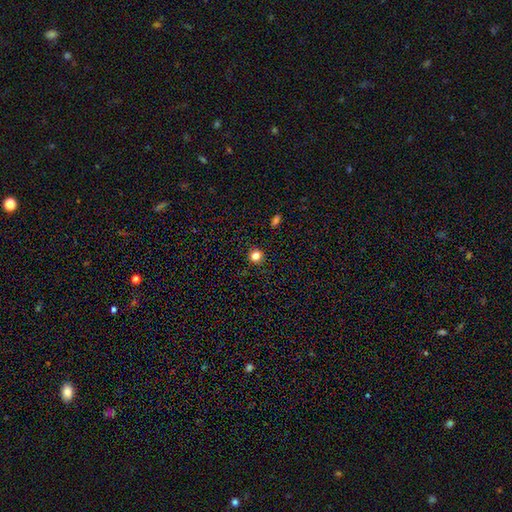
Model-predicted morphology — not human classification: smooth_or_featured: smooth (p=0.82) [alt: star or artifact p=0.14]
how_rounded: round (p=0.92) [alt: in between p=0.07]
merging: none (p=0.91) [alt: minor disturbance p=0.06]